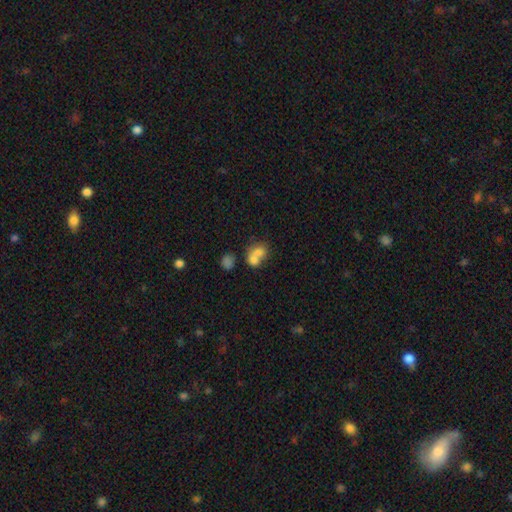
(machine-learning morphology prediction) Smooth or featured? Predicted: smooth (p=0.72). How rounded? Predicted: in between (p=0.51). Merging? Predicted: merger (p=0.69).